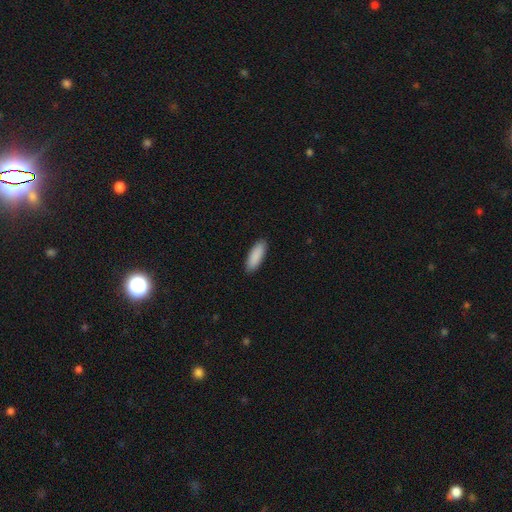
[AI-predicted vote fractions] This appears to be a smooth galaxy with no disk features (91%) that is in between round and cigar-shaped (63%). Merging: none (90%).